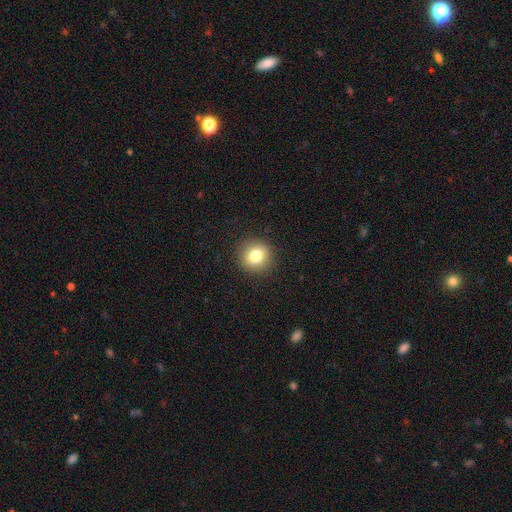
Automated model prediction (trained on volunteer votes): smooth_or_featured: smooth (p=0.80) [alt: star or artifact p=0.11]
how_rounded: round (p=0.91) [alt: in between p=0.08]
merging: none (p=0.91) [alt: minor disturbance p=0.06]